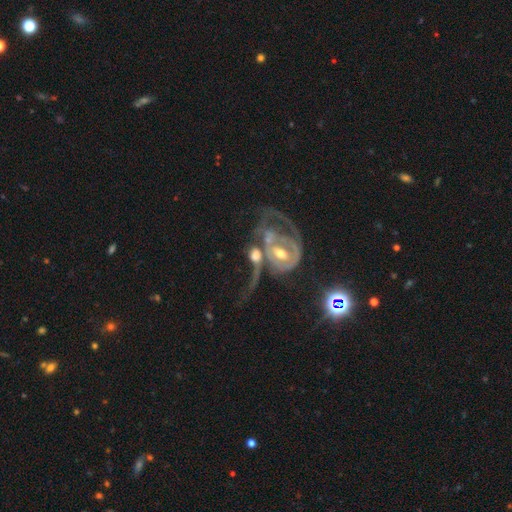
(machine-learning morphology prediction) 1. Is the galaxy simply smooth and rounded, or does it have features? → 71% featured or disk, 21% smooth, 8% star or artifact.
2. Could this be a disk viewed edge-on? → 93% no, 7% yes.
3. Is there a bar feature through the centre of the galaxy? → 56% no, 30% weak, 13% strong.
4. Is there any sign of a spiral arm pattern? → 66% yes, 34% no.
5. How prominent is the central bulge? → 62% moderate, 21% small, 11% large, 4% none, 3% dominant.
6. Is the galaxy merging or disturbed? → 52% merger, 24% major disturbance, 15% none, 9% minor disturbance.